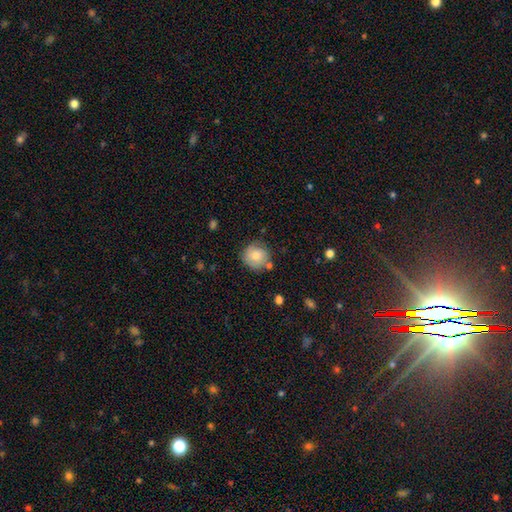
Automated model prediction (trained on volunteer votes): Smooth or featured?
  - smooth: 73% *
  - featured or disk: 19%
  - star or artifact: 8%
How rounded?
  - round: 90% *
  - in between: 9%
  - cigar-shaped: 1%
Merging?
  - none: 74% *
  - minor disturbance: 17%
  - merger: 5%
  - major disturbance: 4%